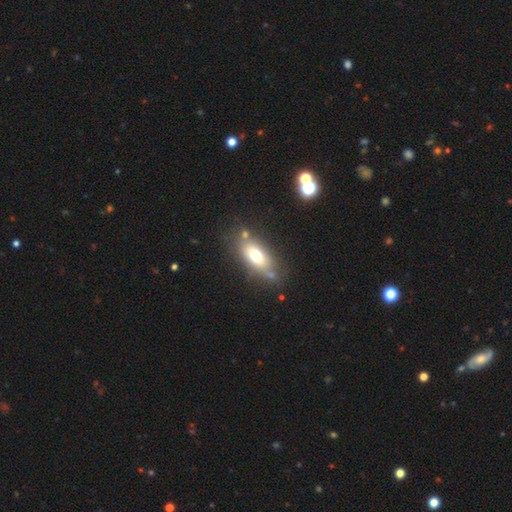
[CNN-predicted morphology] This is likely a smooth galaxy (68%). How rounded: clearly in between (84%). Merging: likely none (66%).